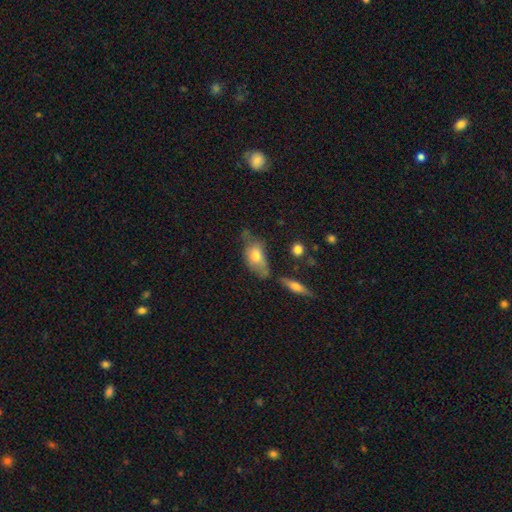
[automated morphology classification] The model was most divided on "merging": none: 40%, minor disturbance: 31%, major disturbance: 15%, merger: 13%. More confident: how rounded — in between (83%); smooth or featured — smooth (69%).